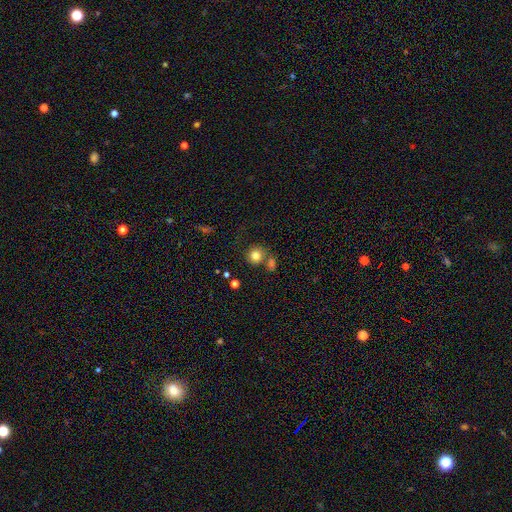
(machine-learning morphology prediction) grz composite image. It shows a smooth galaxy with no disk features (81%) that is round (88%). Merging: none (62%).